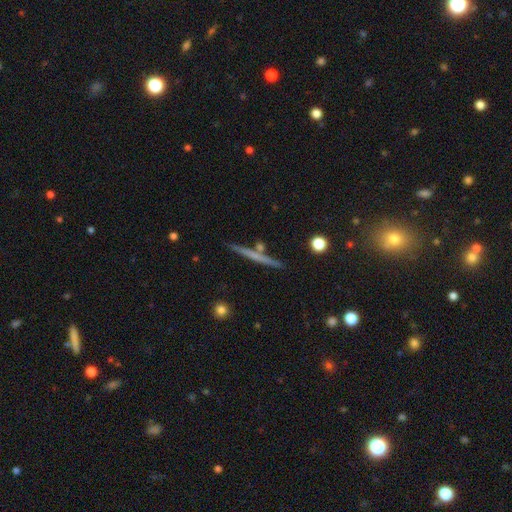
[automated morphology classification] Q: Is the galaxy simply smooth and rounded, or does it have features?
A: featured or disk — 54%.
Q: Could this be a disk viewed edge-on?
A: yes — 97%.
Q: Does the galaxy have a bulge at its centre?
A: none — 83%.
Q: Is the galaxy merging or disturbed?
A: none — 85%.